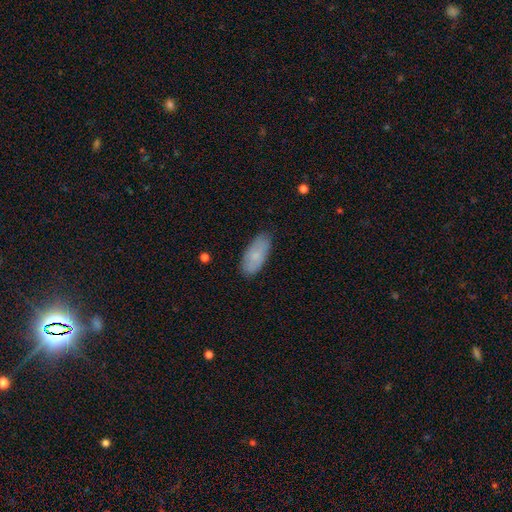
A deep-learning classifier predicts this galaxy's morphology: Smooth or featured? smooth (74%)
How rounded? in between (89%)
Merging? none (81%)